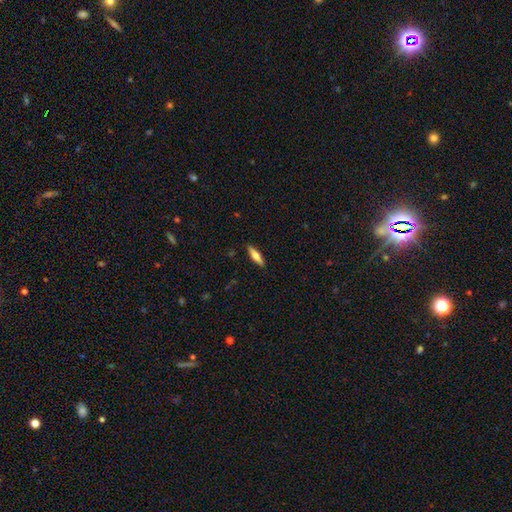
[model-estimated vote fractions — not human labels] This appears to be a smooth galaxy with no disk features (61%) that is cigar-shaped (67%). Merging: none (89%).